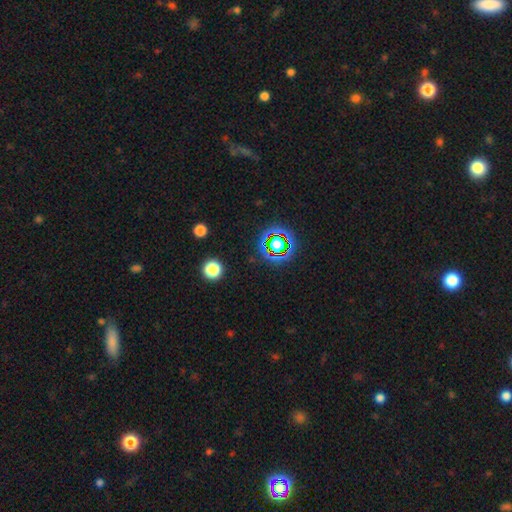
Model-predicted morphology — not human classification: Overall: star or artifact (73%).